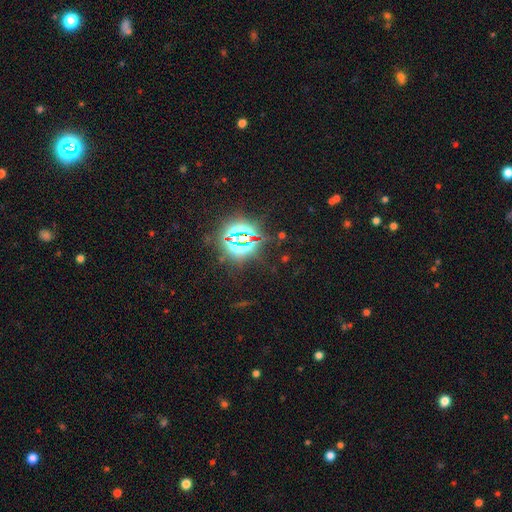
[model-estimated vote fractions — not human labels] Smooth or featured? Predicted: star or artifact (p=0.81).